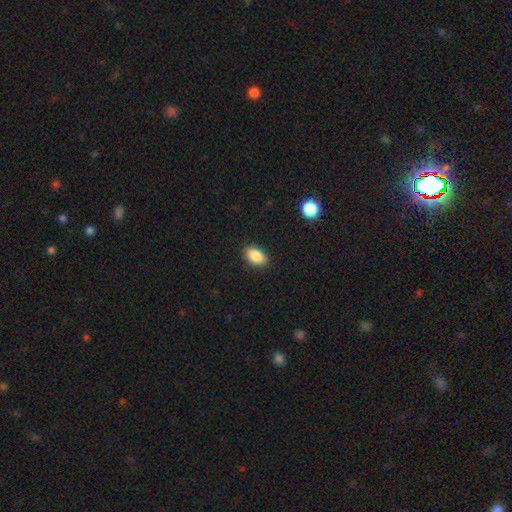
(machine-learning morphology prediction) This is clearly a smooth galaxy (88%). How rounded: clearly in between (92%). Merging: clearly none (88%).